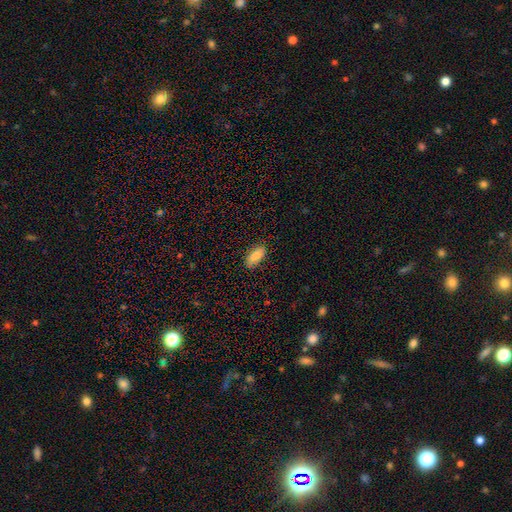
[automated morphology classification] A smooth galaxy with no disk features (85%) that is in between round and cigar-shaped (87%).

Vote fractions:
- Smooth or featured? smooth: 85% / featured or disk: 8% / star or artifact: 7%
- How rounded? in between: 87% / cigar-shaped: 11% / round: 2%
- Merging? none: 84% / minor disturbance: 12% / major disturbance: 2% / merger: 1%